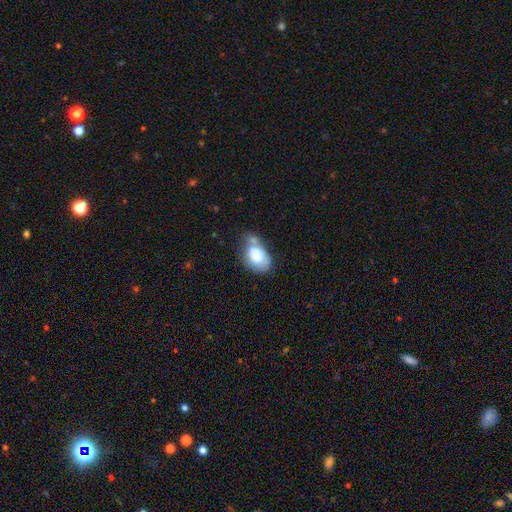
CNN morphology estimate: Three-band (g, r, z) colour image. It shows a smooth galaxy with no disk features (72%) that is in between round and cigar-shaped (83%). Merging: none (33%).